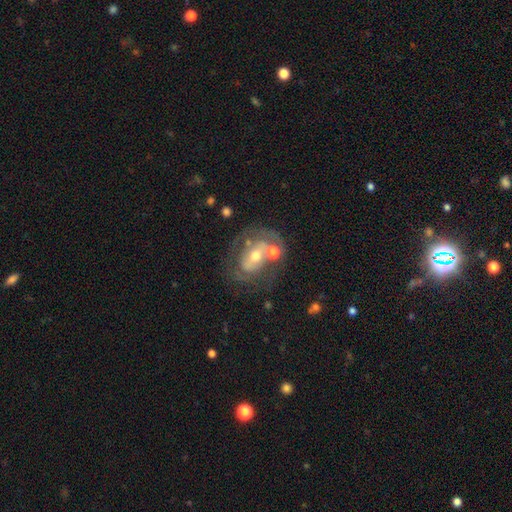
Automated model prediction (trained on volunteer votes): Smooth or featured? Predicted: featured or disk (p=0.70). Edge-on disk? Predicted: no (p=0.95). Bar? Predicted: no (p=0.50). Spiral arms? Predicted: yes (p=0.56). Bulge size? Predicted: moderate (p=0.62). Merging? Predicted: none (p=0.47).